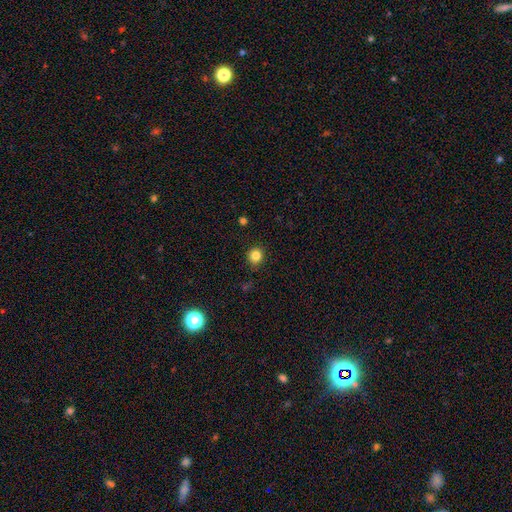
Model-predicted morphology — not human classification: Smooth or featured? smooth (83%)
How rounded? round (90%)
Merging? none (88%)